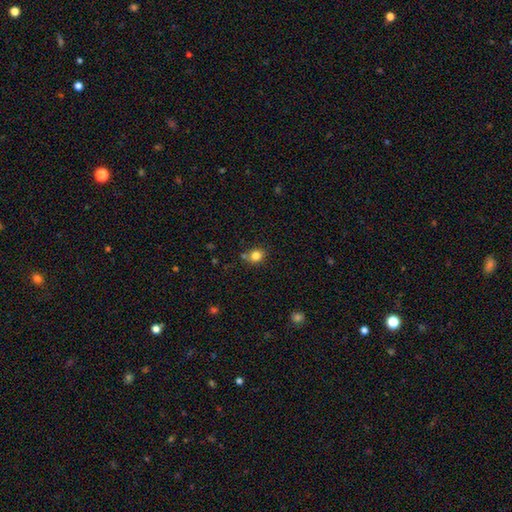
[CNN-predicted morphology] This is clearly a smooth galaxy (82%). How rounded: likely round (76%). Merging: likely none (72%).